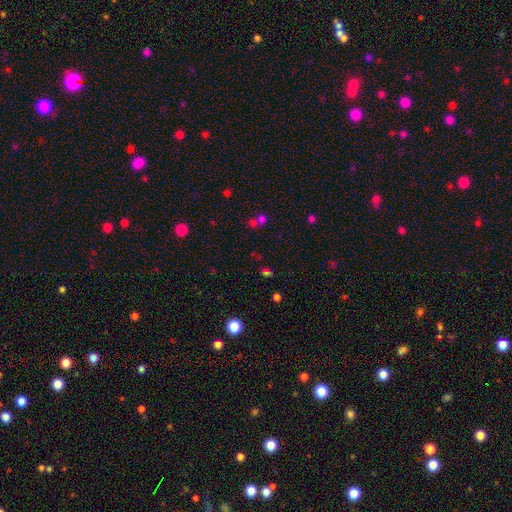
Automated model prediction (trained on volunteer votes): Smooth or featured? smooth (53%)
How rounded? in between (49%)
Merging? none (60%)